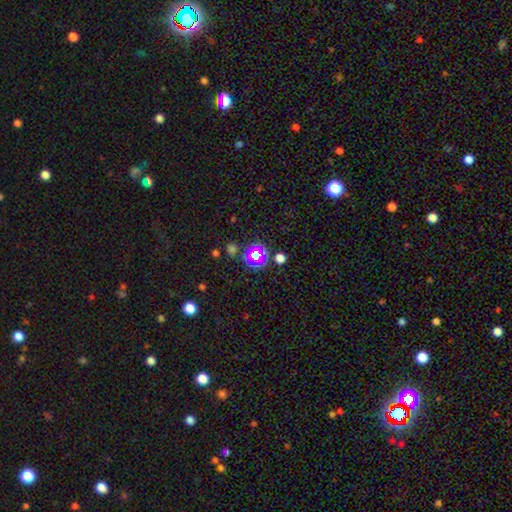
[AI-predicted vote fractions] smooth_or_featured: star or artifact (p=0.56) [alt: smooth p=0.34]